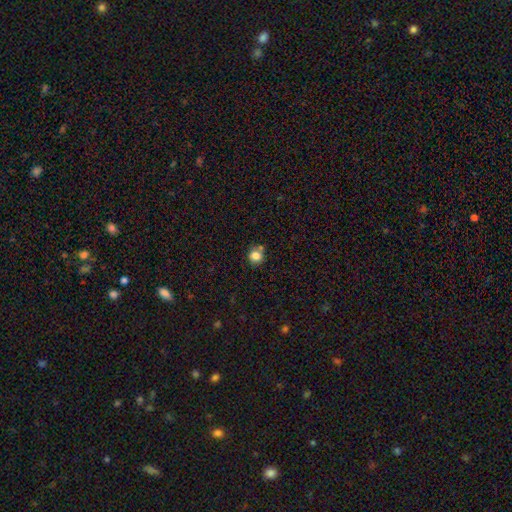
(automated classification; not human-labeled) Smooth or featured: smooth — 81% (star or artifact — 12%)
How rounded: round — 87% (in between — 12%)
Merging: none — 71% (merger — 15%)